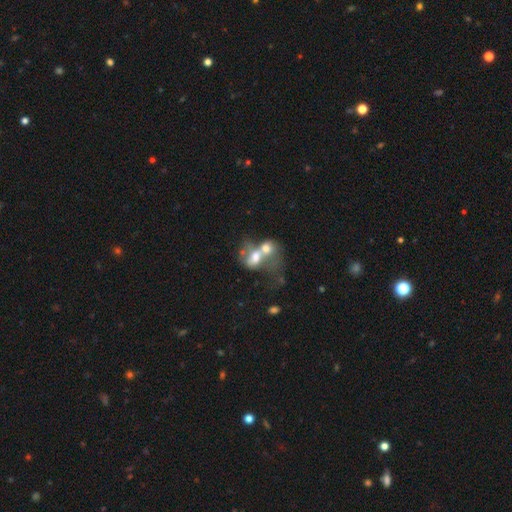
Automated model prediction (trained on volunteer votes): smooth 53%, featured or disk 37%, star or artifact 11%. Down the decision tree: how rounded — in between (64%); merging — merger (78%).